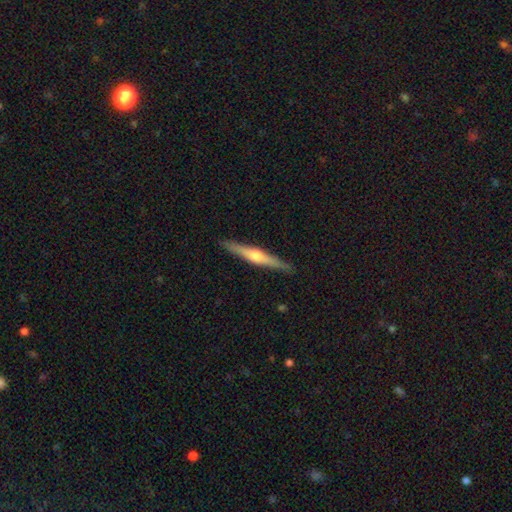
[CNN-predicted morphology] A featured or disk galaxy (71%) viewed edge-on (98%) with a rounded central bulge (90%). Merging: none (91%).